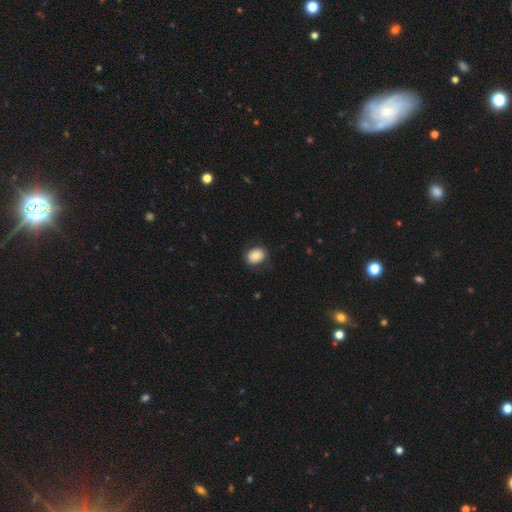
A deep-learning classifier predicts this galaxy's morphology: Q: Smooth or featured?
A: smooth (79%); runner-up: featured or disk (13%)
Q: How rounded?
A: in between (61%); runner-up: round (38%)
Q: Merging?
A: none (76%); runner-up: minor disturbance (16%)